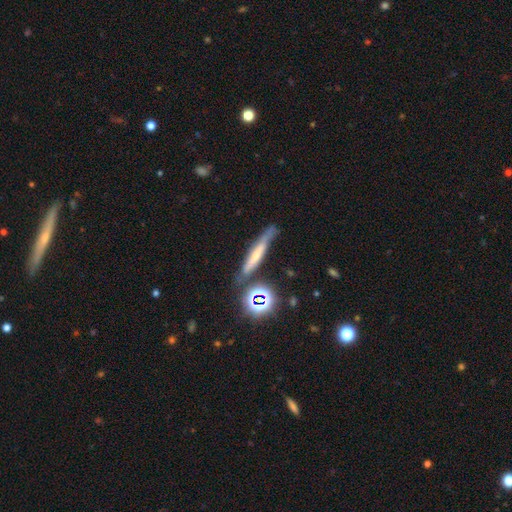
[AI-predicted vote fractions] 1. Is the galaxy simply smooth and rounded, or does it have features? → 42% smooth, 40% featured or disk, 18% star or artifact.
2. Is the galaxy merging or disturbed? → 67% none, 19% minor disturbance, 9% merger, 6% major disturbance.